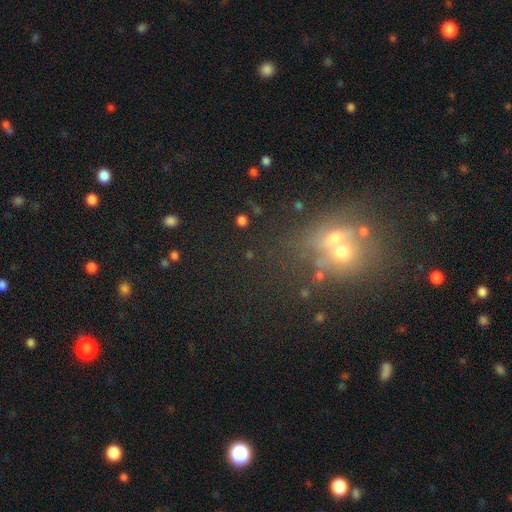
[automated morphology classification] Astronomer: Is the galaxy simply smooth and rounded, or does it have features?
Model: star or artifact — 48% (runner-up: smooth, 34%).